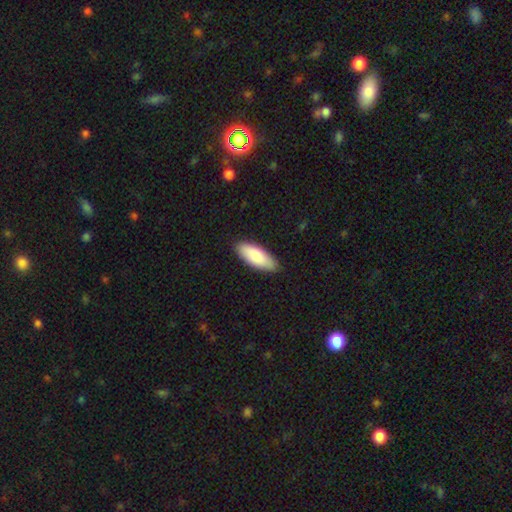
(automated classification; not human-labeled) Q: Smooth or featured?
A: smooth (82%); runner-up: featured or disk (13%)
Q: How rounded?
A: in between (74%); runner-up: cigar-shaped (24%)
Q: Merging?
A: none (88%); runner-up: minor disturbance (10%)